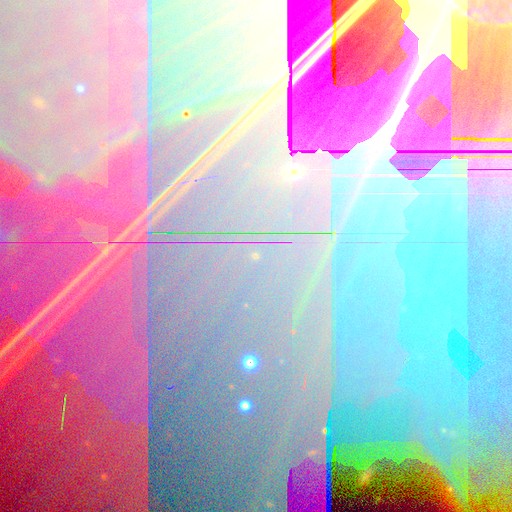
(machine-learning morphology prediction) Smooth or featured? star or artifact (87%)